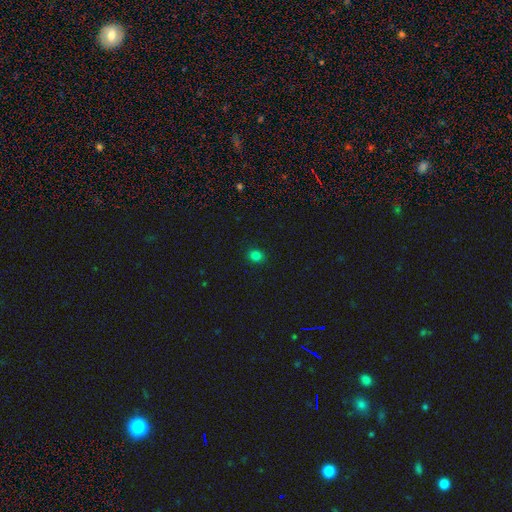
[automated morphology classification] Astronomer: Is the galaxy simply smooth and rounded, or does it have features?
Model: smooth — 80%.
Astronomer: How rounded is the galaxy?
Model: round — 75%.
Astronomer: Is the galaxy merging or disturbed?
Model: none — 90%.